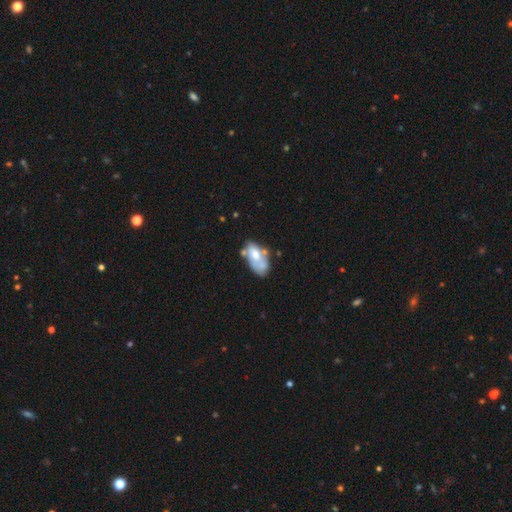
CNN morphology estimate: The model was most divided on "merging": none: 36%, minor disturbance: 25%, merger: 24%, major disturbance: 15%. More confident: how rounded — in between (92%); smooth or featured — smooth (53%).